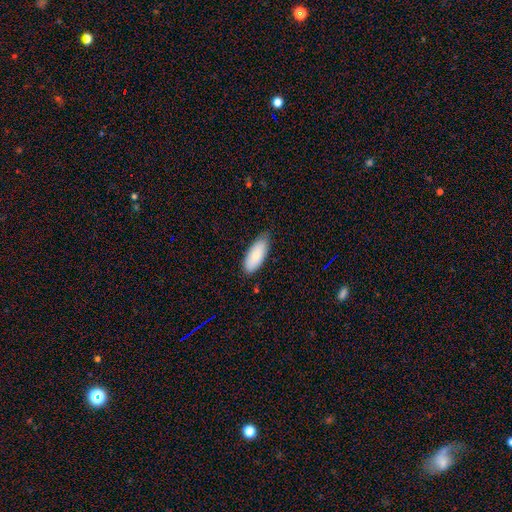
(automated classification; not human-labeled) Smooth or featured? Predicted: smooth (p=0.82). How rounded? Predicted: in between (p=0.85). Merging? Predicted: none (p=0.76).